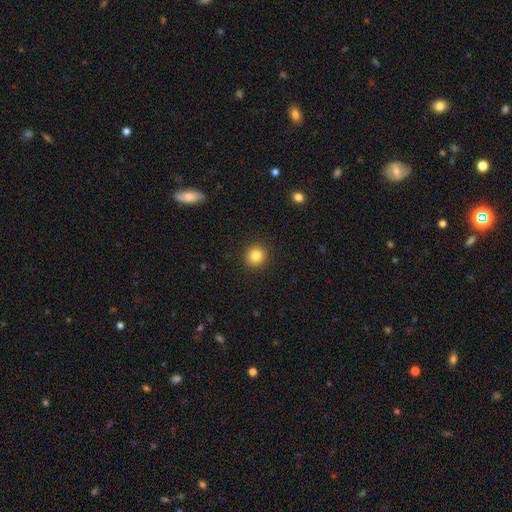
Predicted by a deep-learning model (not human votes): A smooth galaxy with no disk features (84%) that is round (92%).

Vote fractions:
- Smooth or featured? smooth: 84% / star or artifact: 11% / featured or disk: 6%
- How rounded? round: 92% / in between: 7% / cigar-shaped: 1%
- Merging? none: 92% / minor disturbance: 5% / major disturbance: 2% / merger: 1%